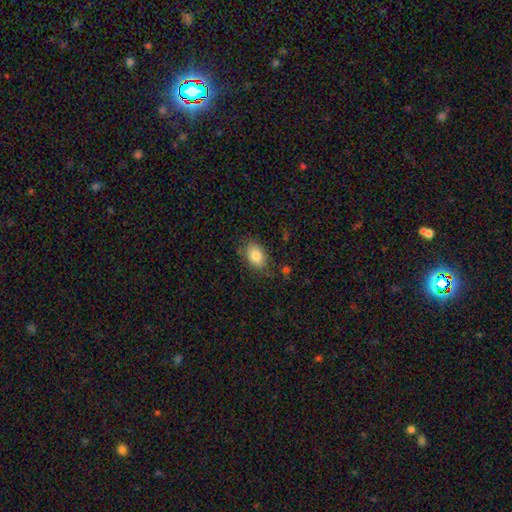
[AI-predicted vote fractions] A smooth galaxy with no disk features (82%) that is in between round and cigar-shaped (86%). Merging: none (79%).